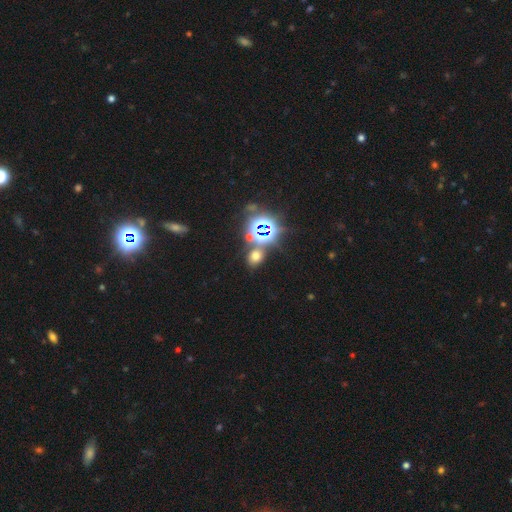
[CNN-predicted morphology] This is possibly a smooth galaxy (49%). Merging: likely none (75%).